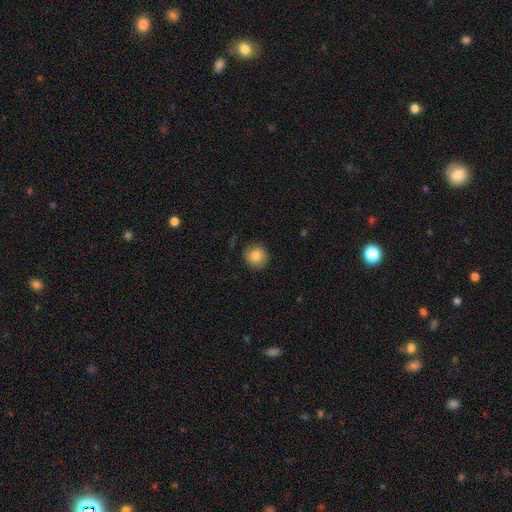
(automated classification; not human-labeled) Smooth or featured? smooth (84%)
How rounded? round (93%)
Merging? none (89%)